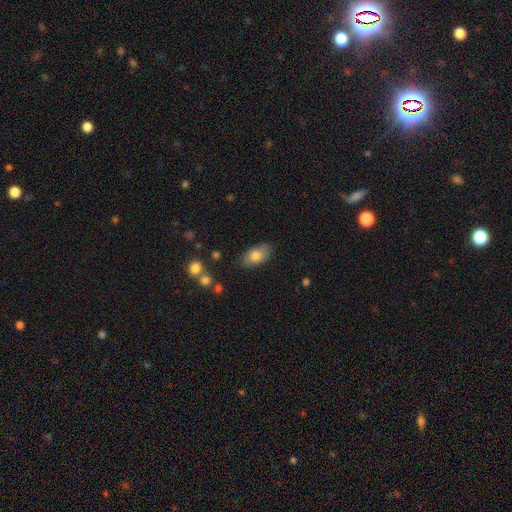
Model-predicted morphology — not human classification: This appears to be a smooth galaxy with no disk features (79%) that is in between round and cigar-shaped (92%). Merging: none (81%).